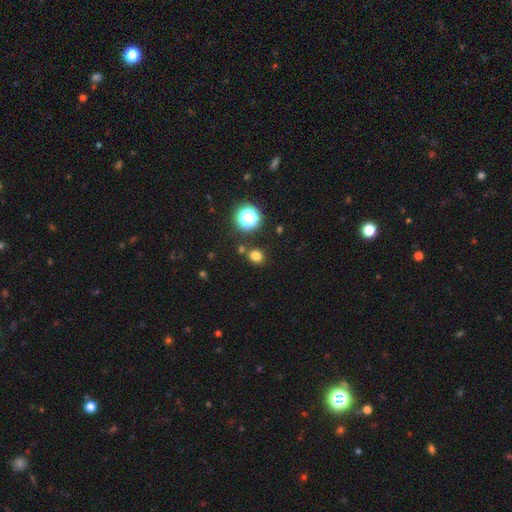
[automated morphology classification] smooth-or-featured: smooth: 75% | star or artifact: 20% | featured or disk: 5%
  how-rounded: round: 71% | in between: 28% | cigar-shaped: 1%
  merging: none: 81% | minor disturbance: 9% | merger: 7% | major disturbance: 3%